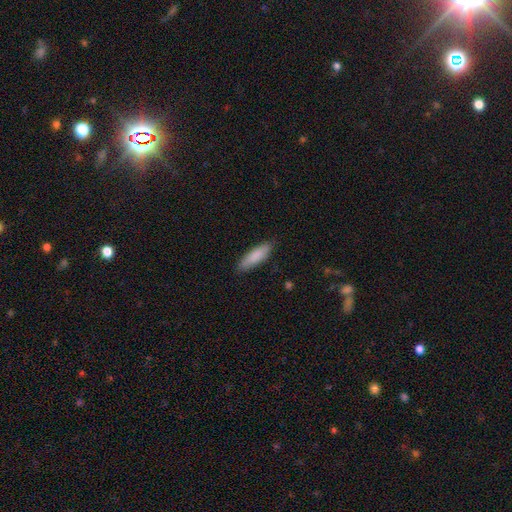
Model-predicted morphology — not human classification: smooth 86%, featured or disk 9%, star or artifact 5%. Down the decision tree: how rounded — cigar-shaped (58%); merging — none (85%).